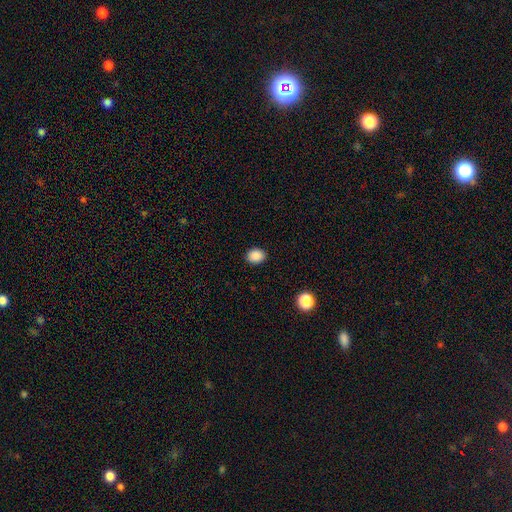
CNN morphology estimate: smooth-or-featured: smooth: 88% | star or artifact: 9% | featured or disk: 3%
  how-rounded: round: 51% | in between: 48% | cigar-shaped: 1%
  merging: none: 90% | minor disturbance: 7% | major disturbance: 2% | merger: 1%